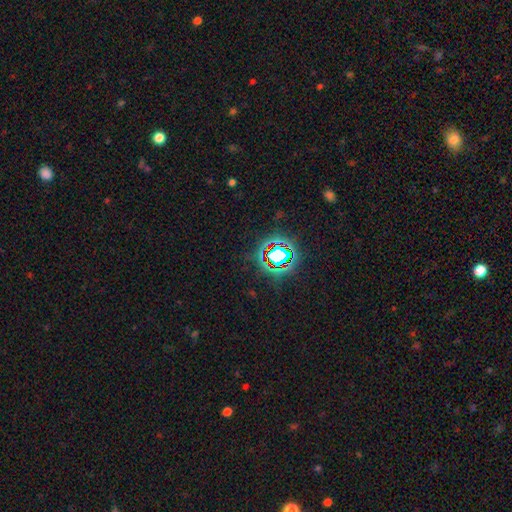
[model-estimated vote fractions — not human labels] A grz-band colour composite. It shows a star or artifact, not a galaxy (79%).